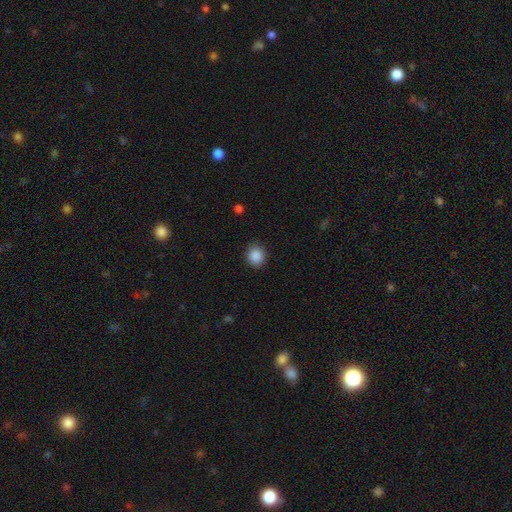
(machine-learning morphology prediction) Smooth or featured? Predicted: smooth (p=0.88). How rounded? Predicted: round (p=0.75). Merging? Predicted: none (p=0.89).